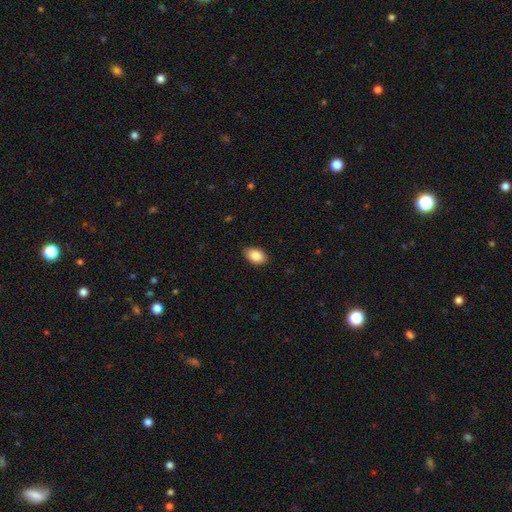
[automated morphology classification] Smooth or featured? smooth (86%)
How rounded? in between (88%)
Merging? none (88%)